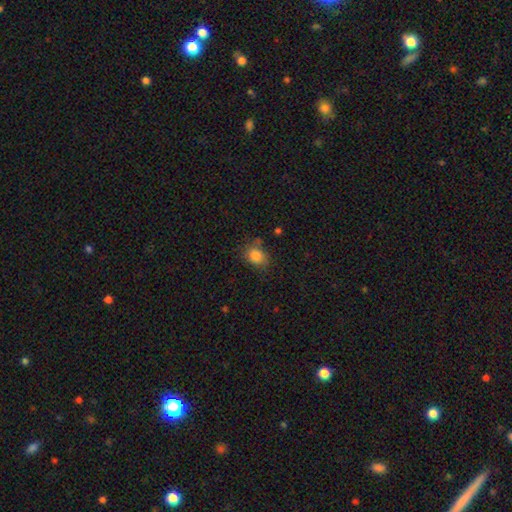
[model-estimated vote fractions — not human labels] Smooth or featured? Predicted: smooth (p=0.84). How rounded? Predicted: round (p=0.52). Merging? Predicted: none (p=0.66).